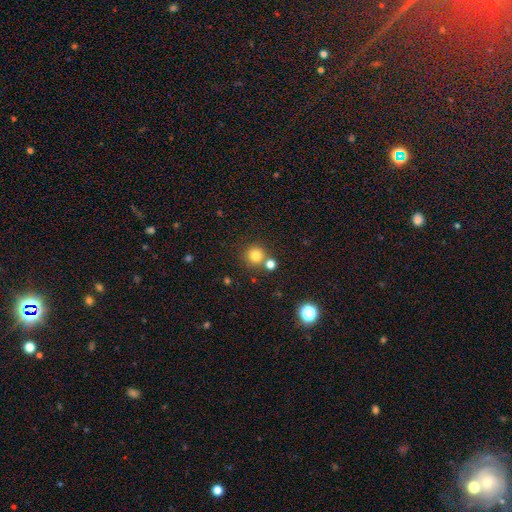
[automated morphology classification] smooth 79%, star or artifact 14%, featured or disk 7%. Down the decision tree: how rounded — round (93%); merging — none (73%).